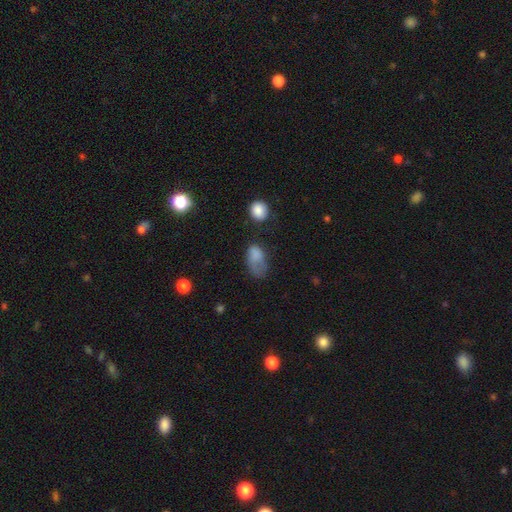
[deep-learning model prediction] A smooth galaxy with no disk features (75%) that is in between round and cigar-shaped (86%). Merging: major disturbance (41%).